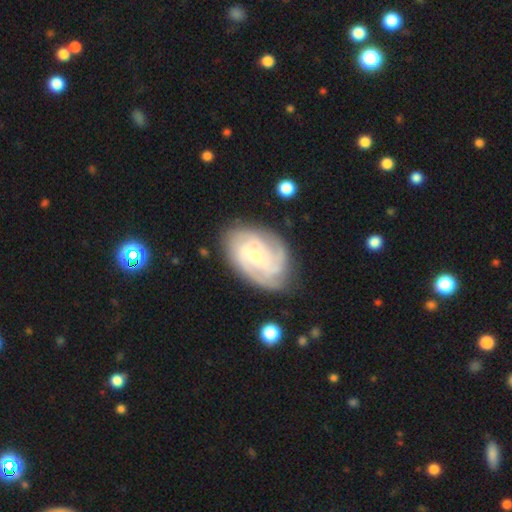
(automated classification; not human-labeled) Overall: featured or disk (80%). Edge-on disk: no (97%). Bar: no (57%; weak 35%). Spiral arms: yes (95%). Spiral arm count: 3 (31%; can't tell 26%). Spiral winding: tight (59%; medium 33%). Bulge size: small (70%). Merging: none (73%).